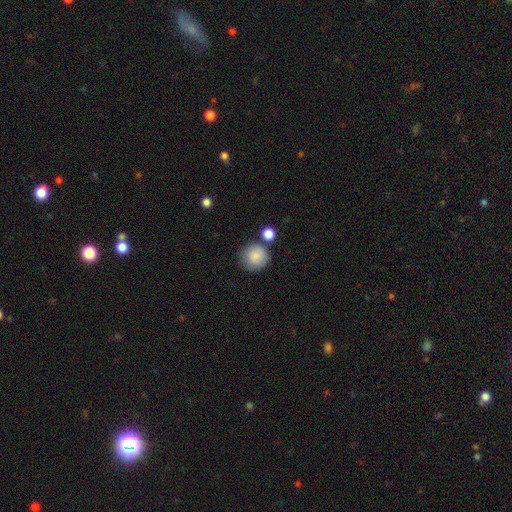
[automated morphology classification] smooth-or-featured: smooth: 87% | star or artifact: 8% | featured or disk: 5%
  how-rounded: round: 93% | in between: 6% | cigar-shaped: 1%
  merging: none: 72% | minor disturbance: 14% | merger: 10% | major disturbance: 4%